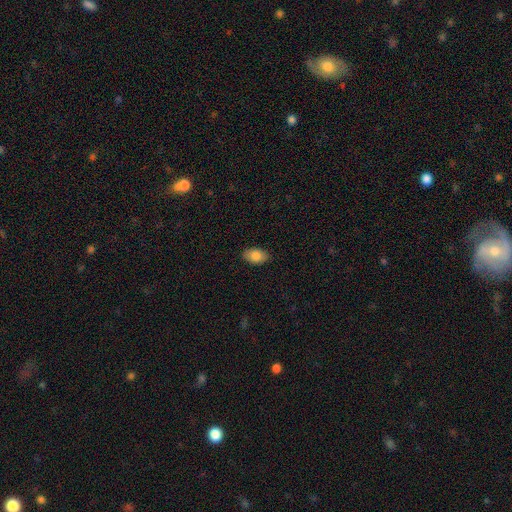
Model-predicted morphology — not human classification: smooth_or_featured: smooth (p=0.83) [alt: featured or disk p=0.09]
how_rounded: in between (p=0.91) [alt: round p=0.07]
merging: none (p=0.88) [alt: minor disturbance p=0.09]